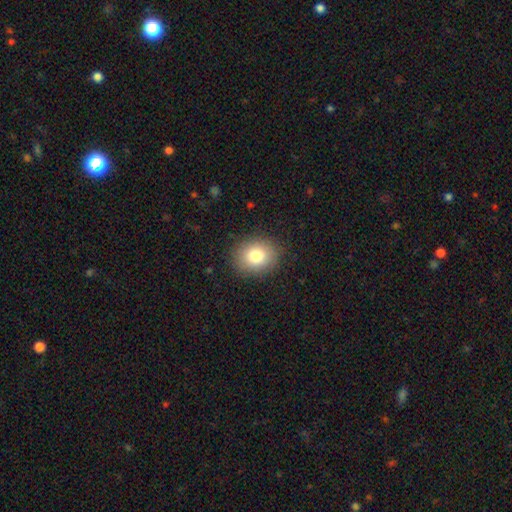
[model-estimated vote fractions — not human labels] The model was most divided on "how rounded": round: 58%, in between: 41%, cigar-shaped: 1%. More confident: merging — none (87%); smooth or featured — smooth (81%).